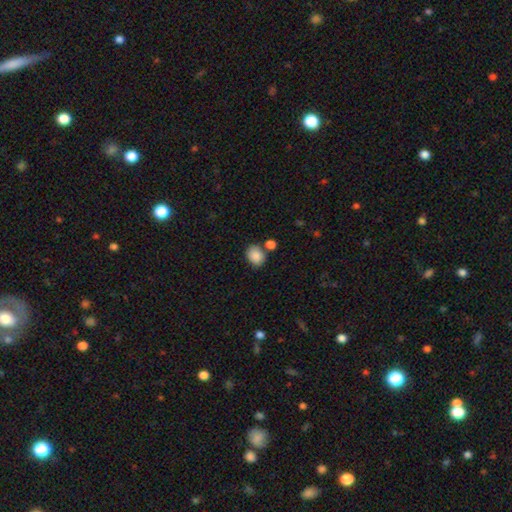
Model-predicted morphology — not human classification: This appears to be a smooth galaxy with no disk features (87%) that is round (52%). Merging: none (68%).